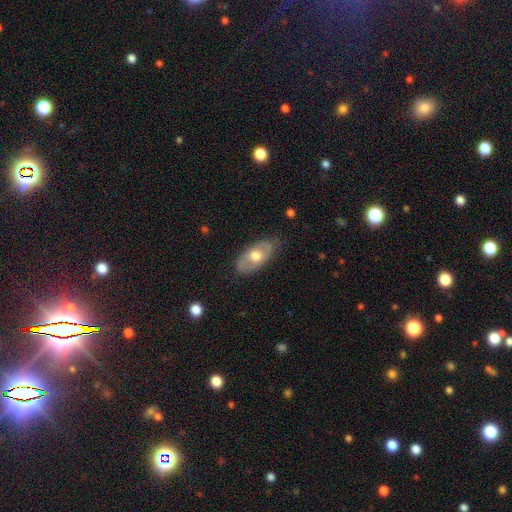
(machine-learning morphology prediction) A smooth galaxy with no disk features (54%) that is in between round and cigar-shaped (91%). Merging: none (79%).